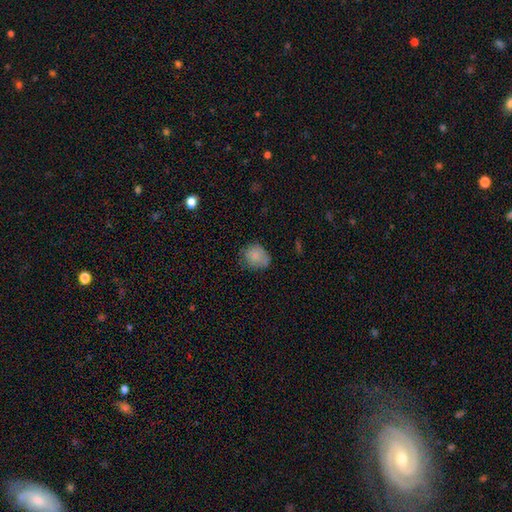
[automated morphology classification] Overall: smooth (80%). How rounded: round (72%). Merging: none (61%; minor disturbance 28%).